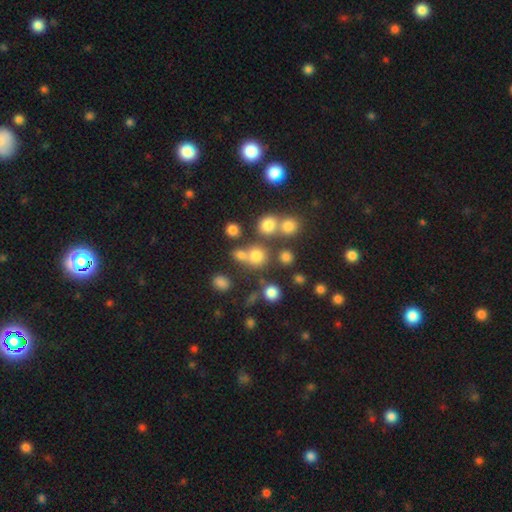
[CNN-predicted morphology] smooth-or-featured: smooth: 72% | star or artifact: 18% | featured or disk: 9%
  how-rounded: round: 86% | in between: 12% | cigar-shaped: 1%
  merging: none: 60% | merger: 26% | minor disturbance: 9% | major disturbance: 5%